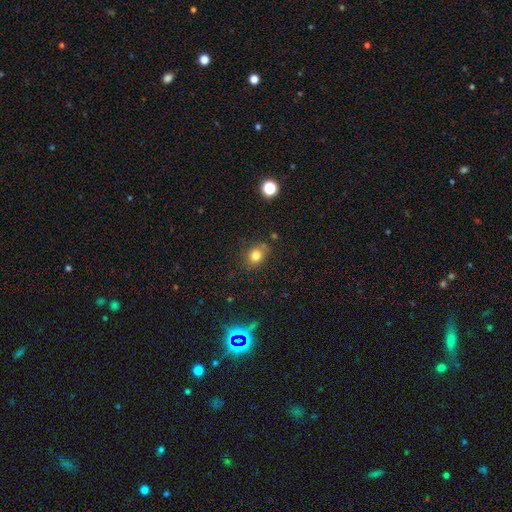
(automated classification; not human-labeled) Smooth or featured: smooth — 79% (star or artifact — 13%)
How rounded: round — 60% (in between — 39%)
Merging: none — 75% (minor disturbance — 16%)